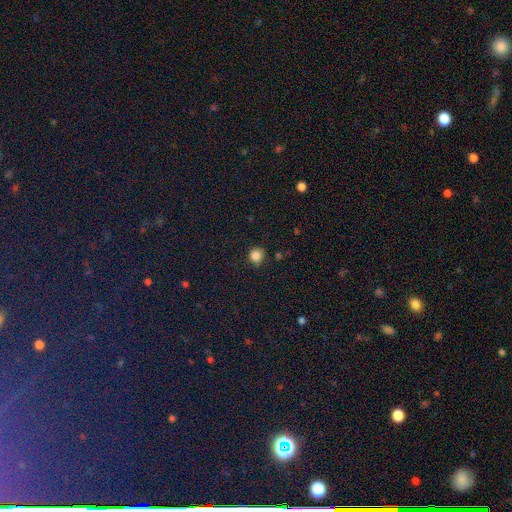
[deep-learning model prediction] A smooth galaxy with no disk features (84%) that is round (88%). Merging: none (82%).